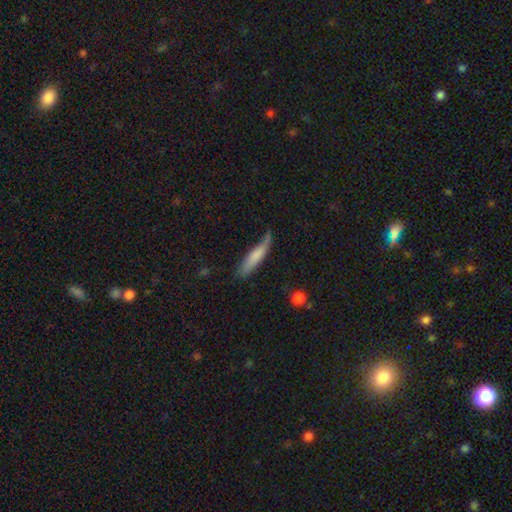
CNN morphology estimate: This appears to be a smooth galaxy with no disk features (70%) that is cigar-shaped (85%). Merging: none (57%).